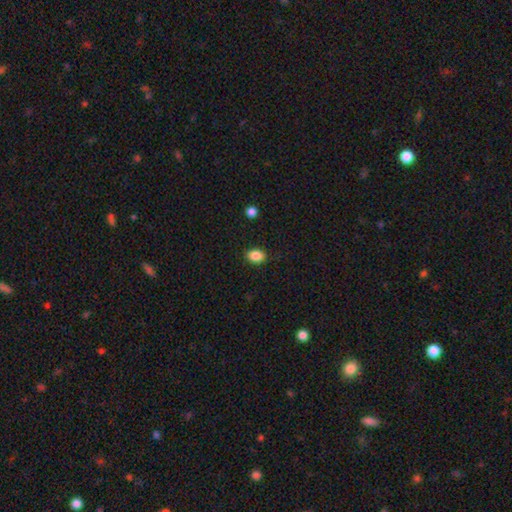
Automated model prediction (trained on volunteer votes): This appears to be a smooth galaxy with no disk features (87%) that is in between round and cigar-shaped (77%). Merging: none (88%).